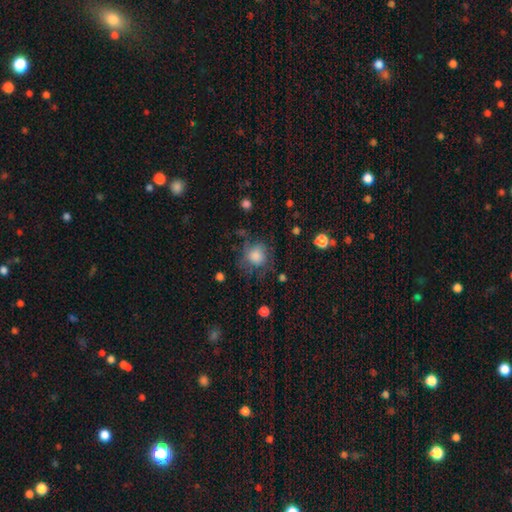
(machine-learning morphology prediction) Smooth or featured?
  - smooth: 68% *
  - featured or disk: 20%
  - star or artifact: 12%
How rounded?
  - round: 81% *
  - in between: 18%
  - cigar-shaped: 1%
Merging?
  - none: 56% *
  - minor disturbance: 23%
  - major disturbance: 19%
  - merger: 2%